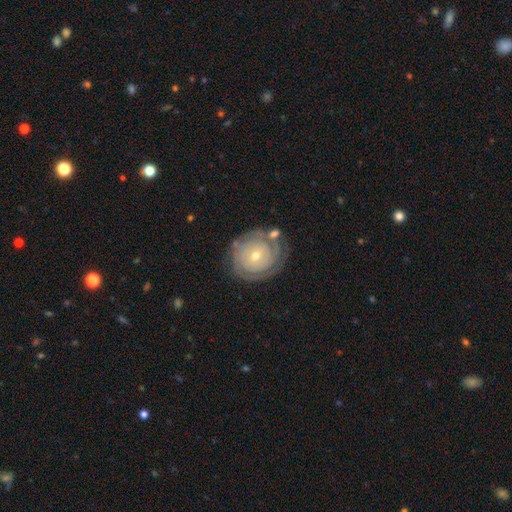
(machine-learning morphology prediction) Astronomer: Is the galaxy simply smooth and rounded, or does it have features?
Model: featured or disk — 78%.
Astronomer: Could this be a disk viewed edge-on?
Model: no — 97%.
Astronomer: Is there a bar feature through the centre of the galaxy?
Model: no — 79%.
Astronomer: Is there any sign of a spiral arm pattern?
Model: yes — 90%.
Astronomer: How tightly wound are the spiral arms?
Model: tight — 85%.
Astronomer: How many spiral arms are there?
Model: can't tell — 43% (runner-up: 2, 23%).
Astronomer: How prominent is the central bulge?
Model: small — 62%.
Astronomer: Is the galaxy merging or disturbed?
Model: none — 72%.